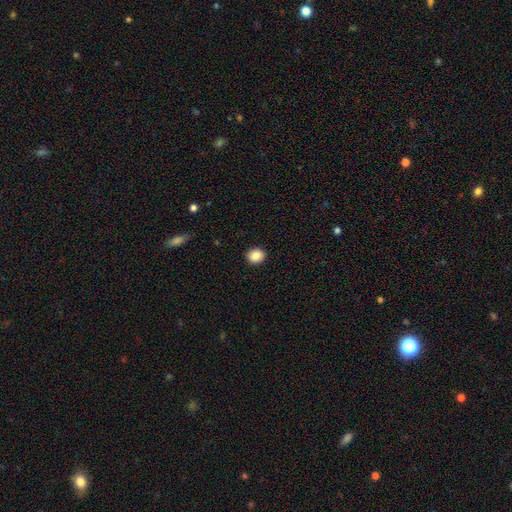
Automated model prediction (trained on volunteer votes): A smooth galaxy with no disk features (87%) that is round (70%). Merging: none (92%).